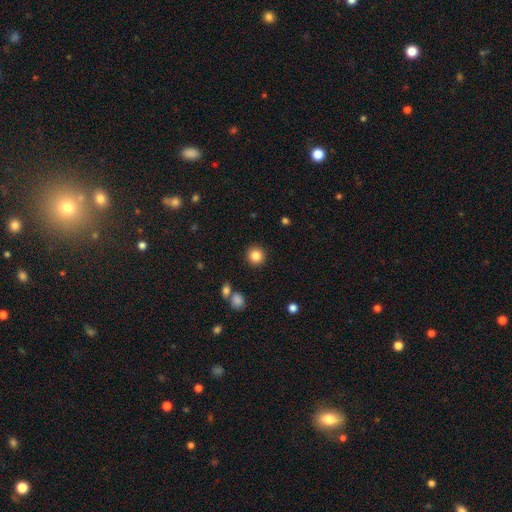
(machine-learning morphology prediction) A smooth galaxy with no disk features (85%) that is round (93%). Merging: none (90%).